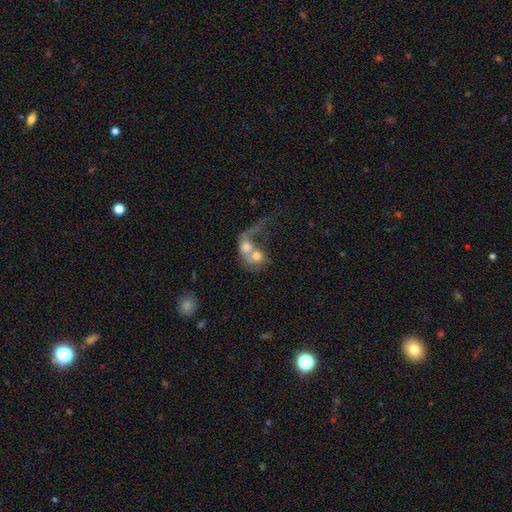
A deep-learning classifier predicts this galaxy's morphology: Q: Smooth or featured?
A: smooth (46%); runner-up: featured or disk (44%)
Q: Merging?
A: merger (74%); runner-up: major disturbance (13%)